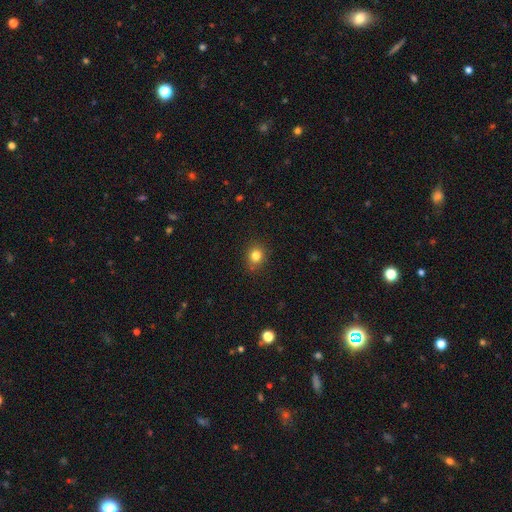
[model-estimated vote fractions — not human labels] This is clearly a smooth galaxy (81%). How rounded: likely round (75%). Merging: clearly none (86%).